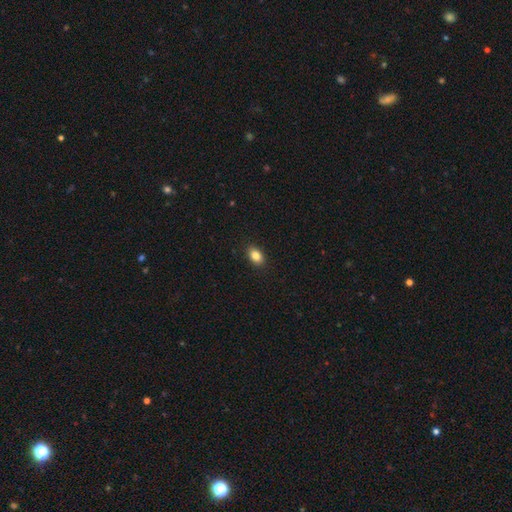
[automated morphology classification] Q: Smooth or featured?
A: smooth (85%); runner-up: star or artifact (9%)
Q: How rounded?
A: in between (83%); runner-up: round (15%)
Q: Merging?
A: none (90%); runner-up: minor disturbance (7%)